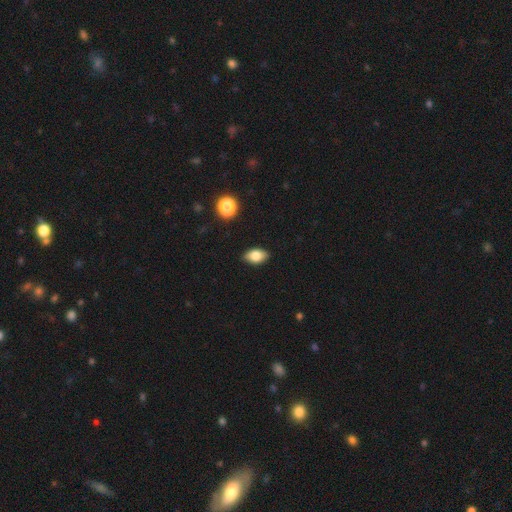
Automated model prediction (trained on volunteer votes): smooth 81%, featured or disk 10%, star or artifact 8%. Down the decision tree: how rounded — in between (90%); merging — none (88%).